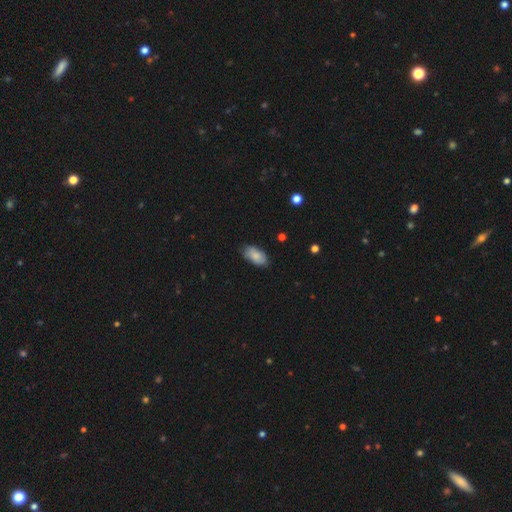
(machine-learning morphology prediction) smooth 81%, featured or disk 12%, star or artifact 7%. Down the decision tree: how rounded — in between (93%); merging — none (74%).